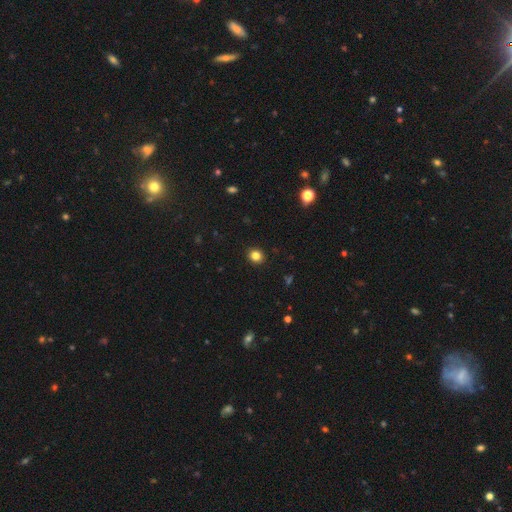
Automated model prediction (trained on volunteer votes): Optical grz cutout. It shows a smooth galaxy with no disk features (83%) that is round (82%). Merging: none (92%).